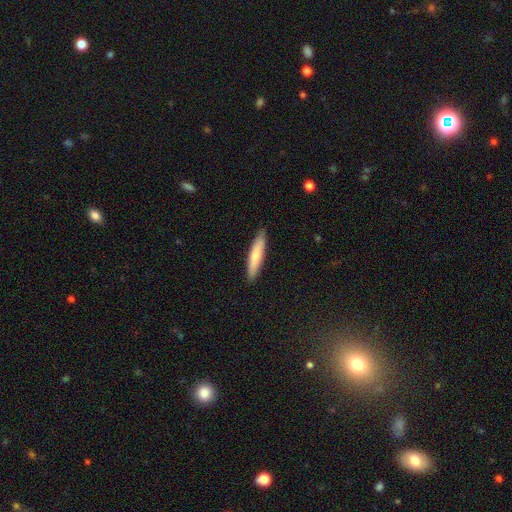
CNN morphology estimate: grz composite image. It shows a smooth galaxy with no disk features (72%) that is cigar-shaped (86%). Merging: none (89%).